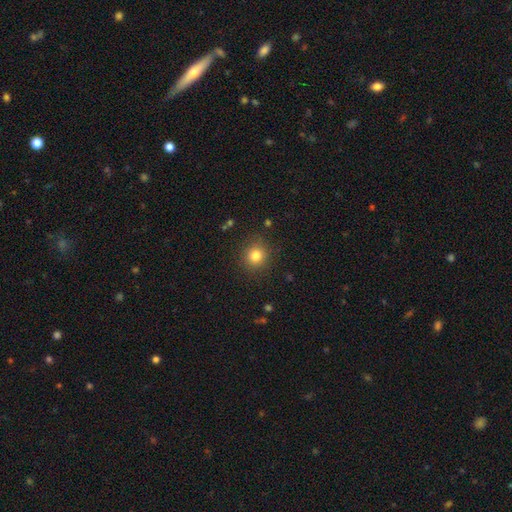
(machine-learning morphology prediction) Smooth or featured: smooth — 81% (star or artifact — 12%)
How rounded: round — 89% (in between — 10%)
Merging: none — 88% (minor disturbance — 8%)